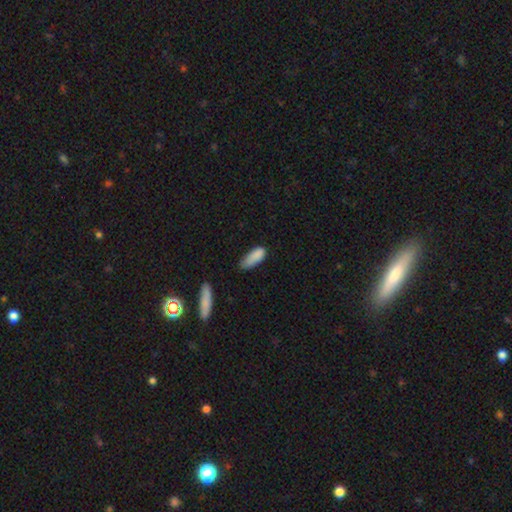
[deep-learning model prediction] smooth_or_featured: smooth (p=0.85) [alt: star or artifact p=0.08]
how_rounded: in between (p=0.74) [alt: cigar-shaped p=0.24]
merging: none (p=0.48) [alt: minor disturbance p=0.39]